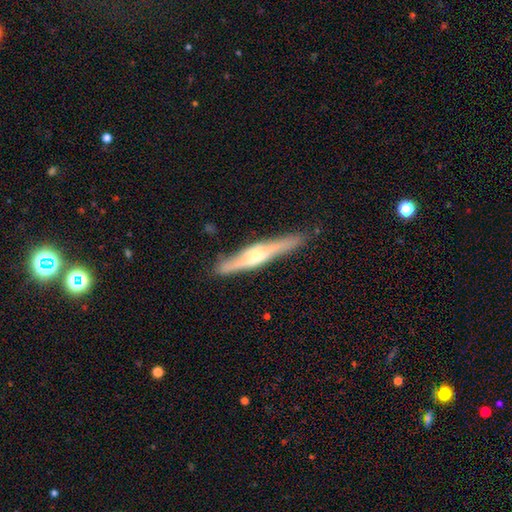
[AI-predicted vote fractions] This appears to be a featured or disk galaxy (71%) viewed edge-on (95%) with a rounded central bulge (82%). Merging: none (86%).